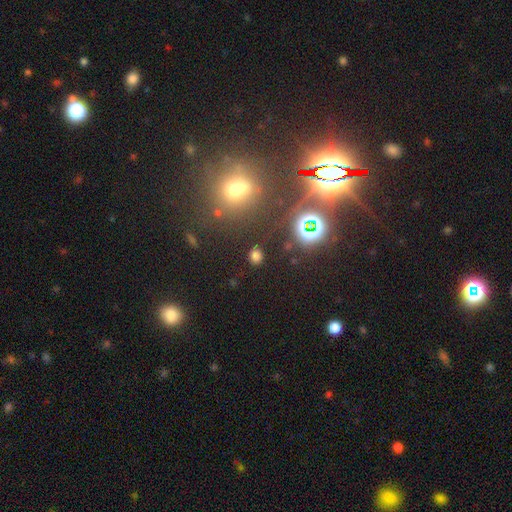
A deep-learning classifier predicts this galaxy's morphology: smooth_or_featured: smooth (p=0.65) [alt: star or artifact p=0.29]
how_rounded: round (p=0.65) [alt: in between p=0.34]
merging: none (p=0.84) [alt: minor disturbance p=0.09]